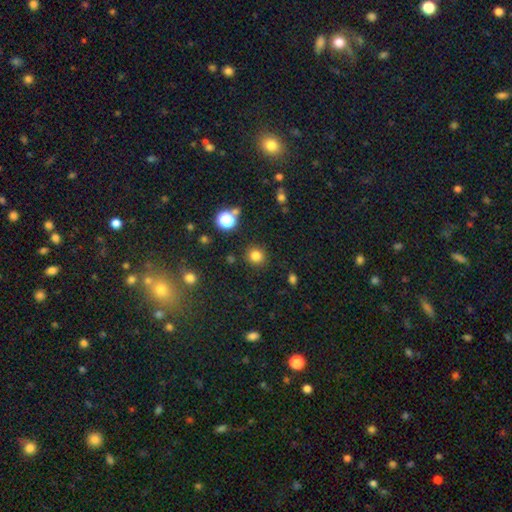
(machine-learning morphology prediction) Smooth or featured?
  - smooth: 80% *
  - star or artifact: 15%
  - featured or disk: 5%
How rounded?
  - round: 89% *
  - in between: 10%
  - cigar-shaped: 1%
Merging?
  - none: 88% *
  - minor disturbance: 7%
  - major disturbance: 3%
  - merger: 2%